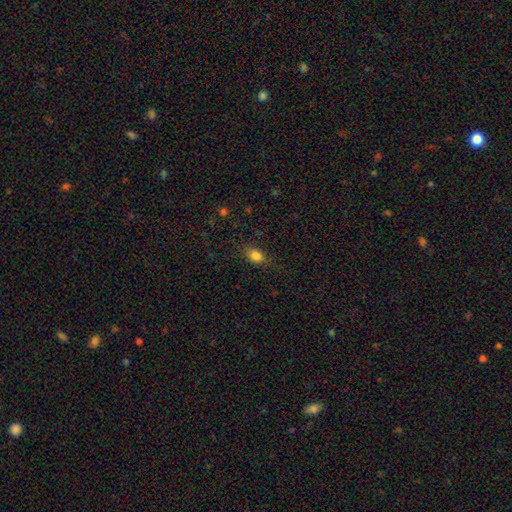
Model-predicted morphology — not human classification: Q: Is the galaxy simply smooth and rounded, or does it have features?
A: smooth — 82%.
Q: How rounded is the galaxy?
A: in between — 75%.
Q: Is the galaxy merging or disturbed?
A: none — 74%.